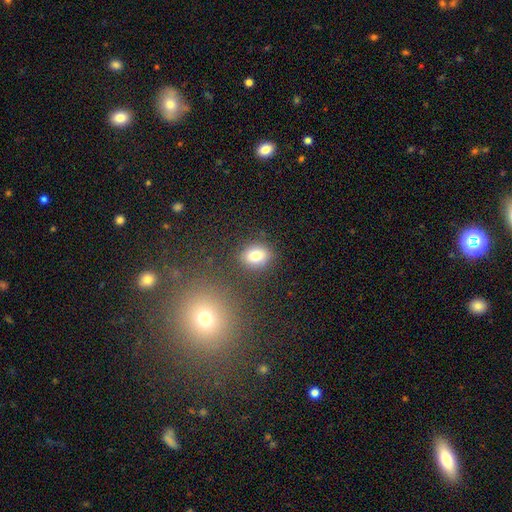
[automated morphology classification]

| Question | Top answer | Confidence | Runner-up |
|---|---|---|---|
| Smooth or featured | smooth | 79% | star or artifact (12%) |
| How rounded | in between | 52% | round (47%) |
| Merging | none | 84% | minor disturbance (10%) |